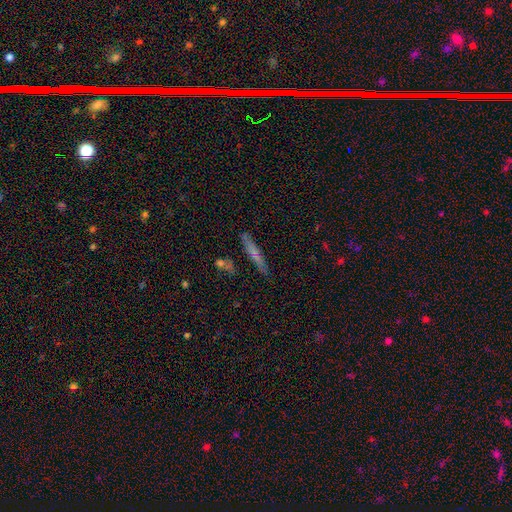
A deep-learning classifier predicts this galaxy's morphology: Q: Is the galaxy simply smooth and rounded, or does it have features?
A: smooth — 55%.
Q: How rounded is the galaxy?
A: cigar-shaped — 93%.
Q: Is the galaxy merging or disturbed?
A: none — 82%.